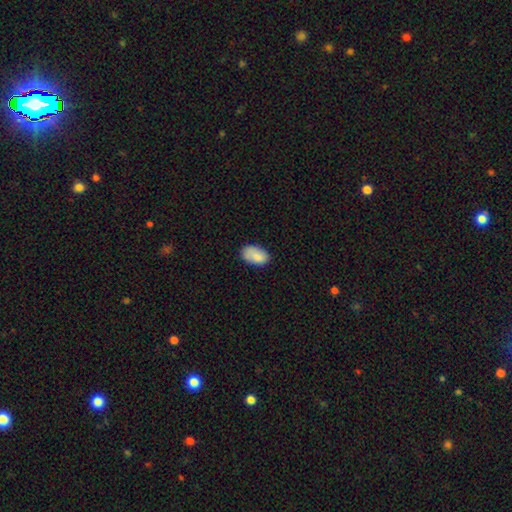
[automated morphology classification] This is clearly a smooth galaxy (84%). How rounded: clearly in between (93%). Merging: likely none (70%).